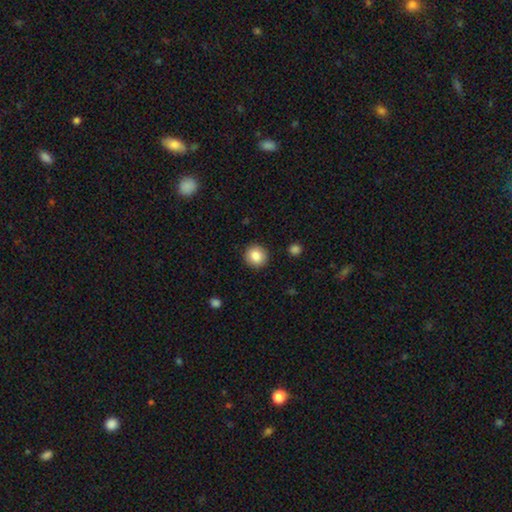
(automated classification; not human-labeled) This is clearly a smooth galaxy (86%). How rounded: clearly round (91%). Merging: clearly none (91%).